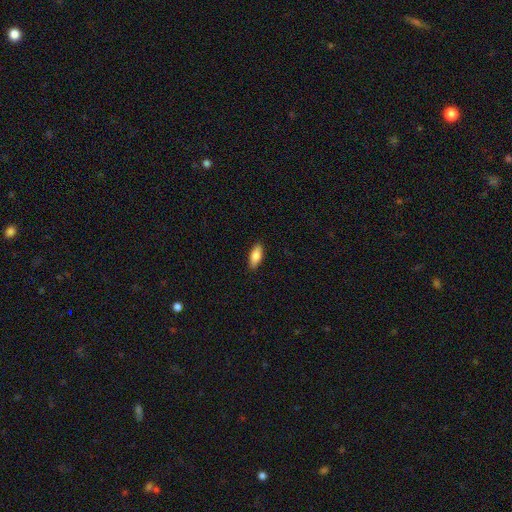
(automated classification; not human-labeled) The model was most divided on "how rounded": in between: 81%, cigar-shaped: 17%, round: 2%. More confident: merging — none (88%); smooth or featured — smooth (84%).